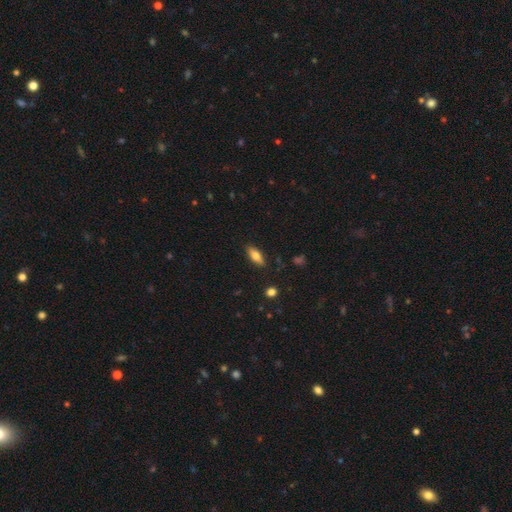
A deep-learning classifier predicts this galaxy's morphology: Smooth or featured? smooth (77%)
How rounded? in between (74%)
Merging? none (86%)